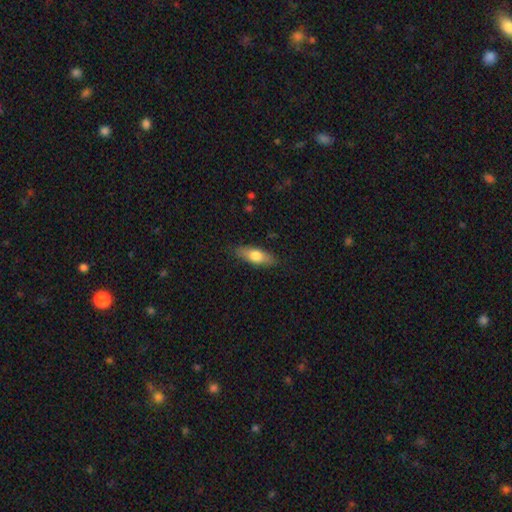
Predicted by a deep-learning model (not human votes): Smooth or featured: smooth — 67% (featured or disk — 27%)
How rounded: in between — 64% (cigar-shaped — 33%)
Merging: none — 85% (minor disturbance — 12%)